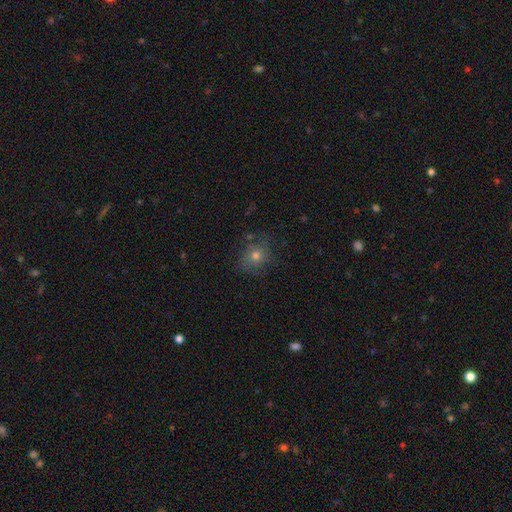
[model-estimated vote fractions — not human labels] smooth_or_featured: smooth (p=0.56) [alt: featured or disk p=0.23]
how_rounded: round (p=0.73) [alt: in between p=0.26]
merging: none (p=0.73) [alt: minor disturbance p=0.17]